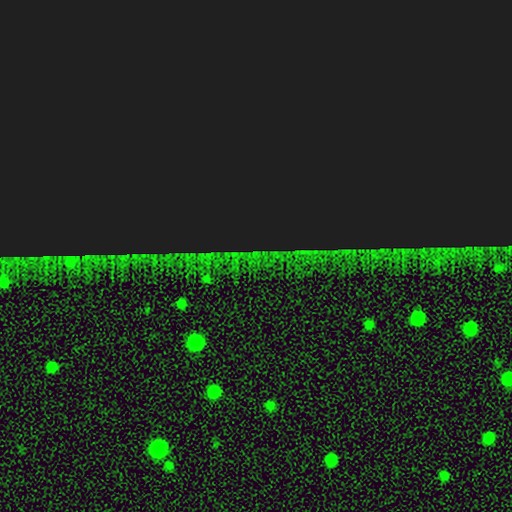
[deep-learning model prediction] Q: Smooth or featured?
A: star or artifact (87%); runner-up: smooth (6%)